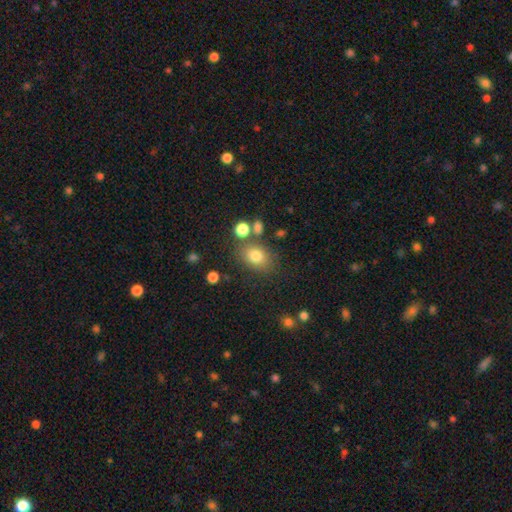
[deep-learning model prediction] A smooth galaxy with no disk features (79%) that is in between round and cigar-shaped (65%).

Vote fractions:
- Smooth or featured? smooth: 79% / star or artifact: 11% / featured or disk: 10%
- How rounded? in between: 65% / round: 33% / cigar-shaped: 1%
- Merging? none: 69% / minor disturbance: 15% / merger: 10% / major disturbance: 6%